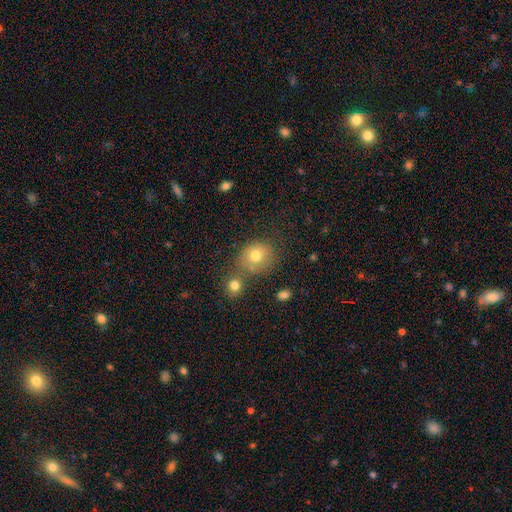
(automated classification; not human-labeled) smooth_or_featured: smooth (p=0.75) [alt: featured or disk p=0.13]
how_rounded: round (p=0.68) [alt: in between p=0.31]
merging: none (p=0.52) [alt: merger p=0.27]